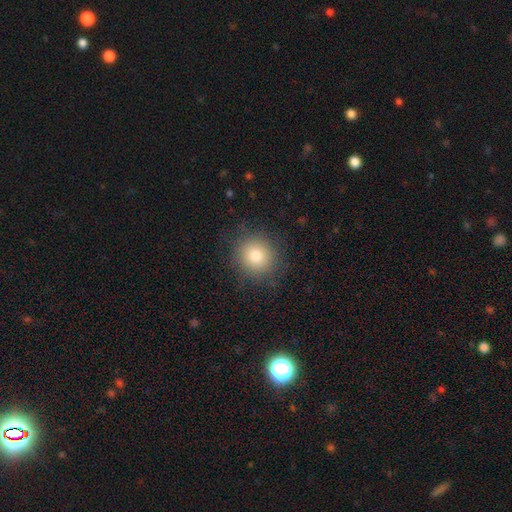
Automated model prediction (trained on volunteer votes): smooth_or_featured: smooth (p=0.79) [alt: star or artifact p=0.12]
how_rounded: round (p=0.90) [alt: in between p=0.09]
merging: none (p=0.87) [alt: minor disturbance p=0.08]